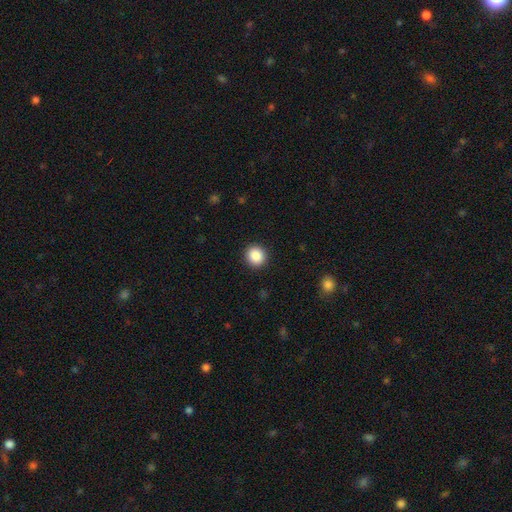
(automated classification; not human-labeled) The model was most divided on "smooth or featured": smooth: 87%, star or artifact: 9%, featured or disk: 4%. More confident: merging — none (92%); how rounded — round (90%).